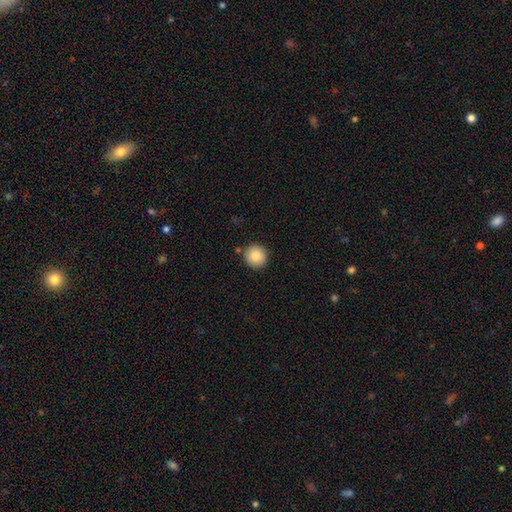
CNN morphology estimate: Smooth or featured: smooth — 87% (star or artifact — 8%)
How rounded: round — 95% (in between — 4%)
Merging: none — 88% (minor disturbance — 7%)